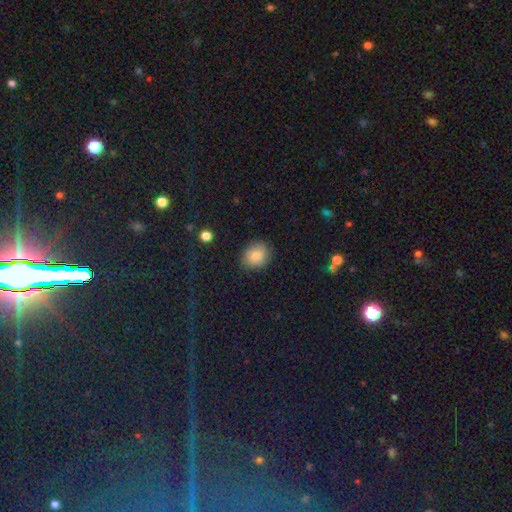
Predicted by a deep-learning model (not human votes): This is clearly a smooth galaxy (81%). How rounded: possibly round (55%). Merging: clearly none (84%).